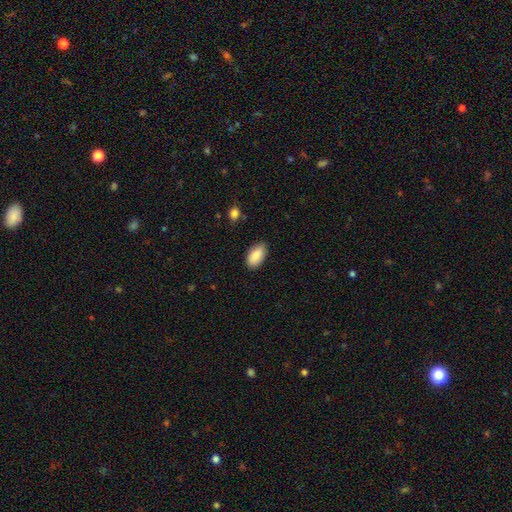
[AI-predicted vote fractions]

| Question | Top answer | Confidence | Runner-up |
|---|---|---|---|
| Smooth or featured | smooth | 88% | star or artifact (6%) |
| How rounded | in between | 94% | round (3%) |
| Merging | none | 84% | minor disturbance (13%) |